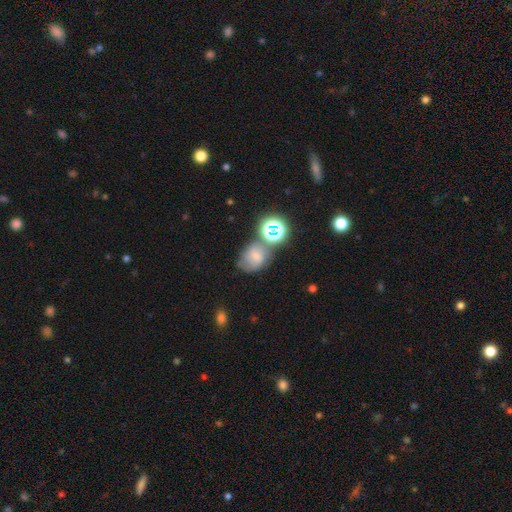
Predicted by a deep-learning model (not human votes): The model was most divided on "how rounded": round: 56%, in between: 42%, cigar-shaped: 1%. Remaining: smooth or featured — smooth (52%); merging — none (48%).